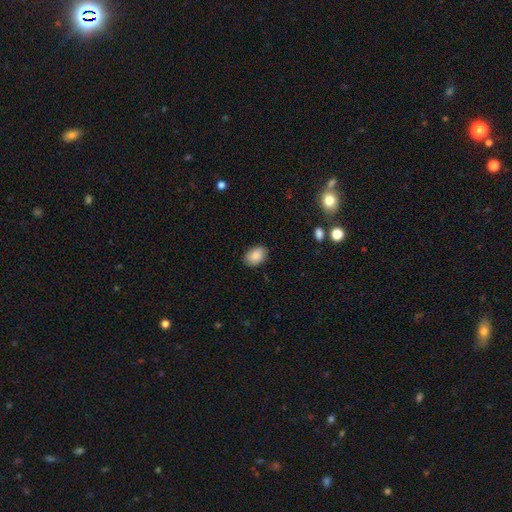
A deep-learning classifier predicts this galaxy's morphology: Q: Smooth or featured?
A: smooth (89%); runner-up: star or artifact (7%)
Q: How rounded?
A: in between (81%); runner-up: round (18%)
Q: Merging?
A: none (87%); runner-up: minor disturbance (9%)